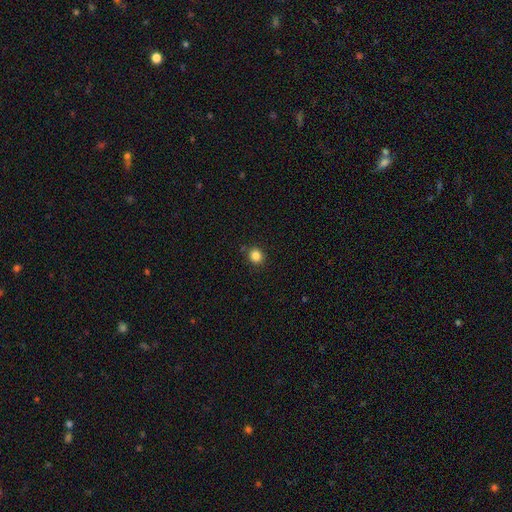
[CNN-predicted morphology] Smooth or featured: smooth — 84% (star or artifact — 12%)
How rounded: round — 81% (in between — 18%)
Merging: none — 86% (minor disturbance — 9%)